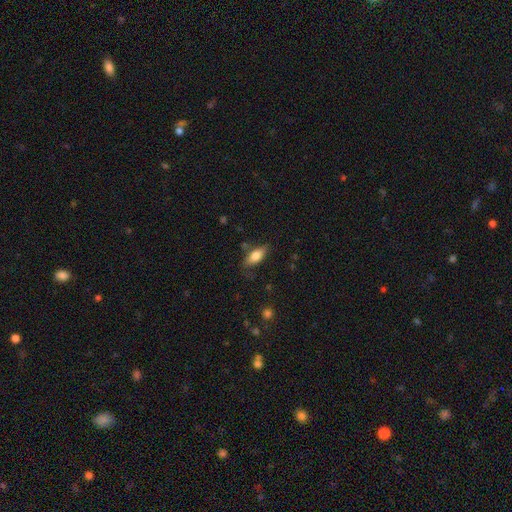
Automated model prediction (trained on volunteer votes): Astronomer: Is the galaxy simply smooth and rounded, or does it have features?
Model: smooth — 76%.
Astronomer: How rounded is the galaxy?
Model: in between — 81%.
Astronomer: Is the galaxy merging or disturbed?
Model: none — 73%.